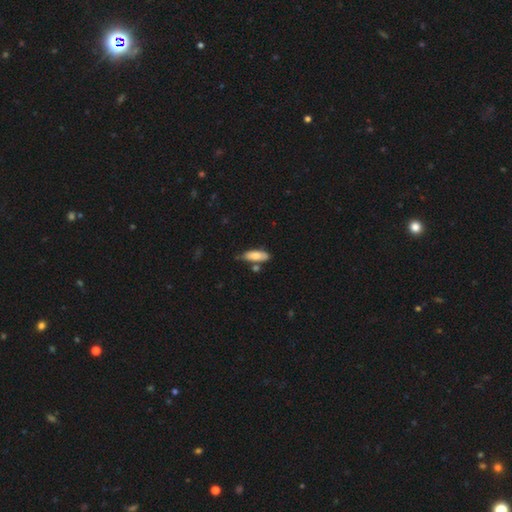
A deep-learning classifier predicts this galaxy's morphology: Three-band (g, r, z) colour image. It shows a smooth galaxy with no disk features (80%) that is in between round and cigar-shaped (72%). Merging: none (60%).